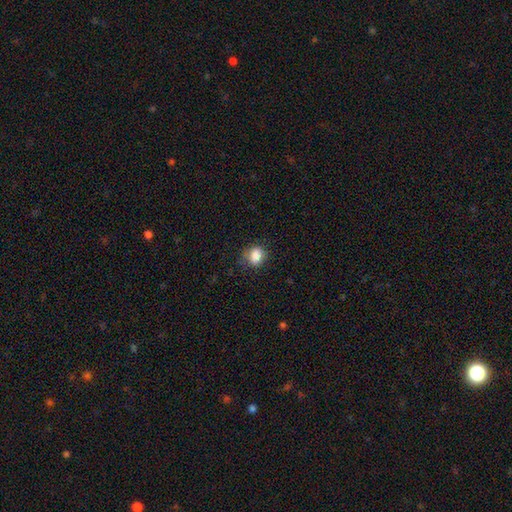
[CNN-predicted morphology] A smooth galaxy with no disk features (85%) that is in between round and cigar-shaped (50%). Merging: none (64%).